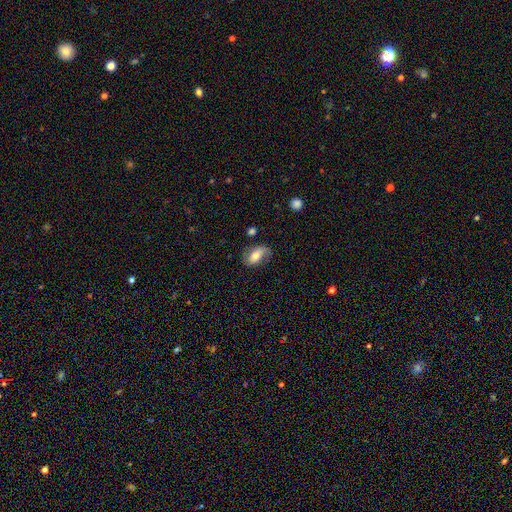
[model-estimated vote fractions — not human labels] This is possibly a smooth galaxy (53%). How rounded: clearly in between (88%). Merging: likely none (64%).